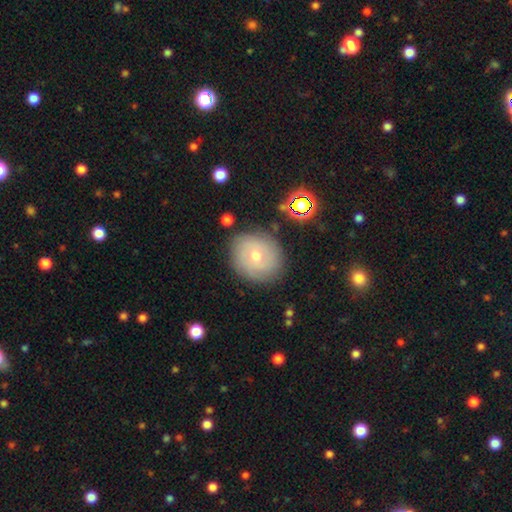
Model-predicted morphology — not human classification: Smooth or featured: featured or disk — 60% (smooth — 29%)
Edge-on disk: no — 97% (yes — 3%)
Bar: no — 64% (weak — 30%)
Spiral arms: yes — 83% (no — 17%)
Bulge size: moderate — 50% (small — 47%)
Merging: none — 82% (minor disturbance — 12%)